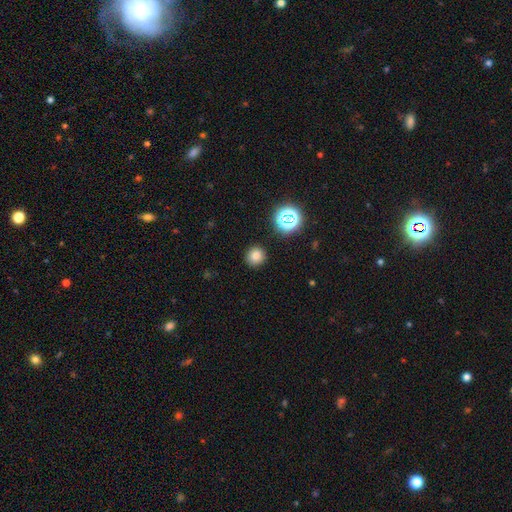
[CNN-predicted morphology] A smooth galaxy with no disk features (77%) that is round (91%). Merging: none (90%).